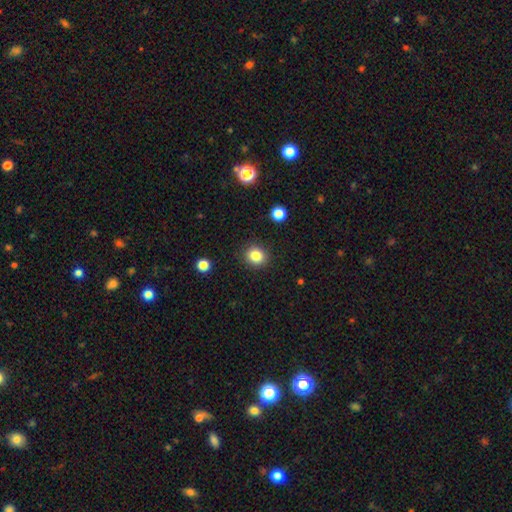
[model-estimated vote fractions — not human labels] Overall: smooth (83%). How rounded: round (82%). Merging: none (90%).